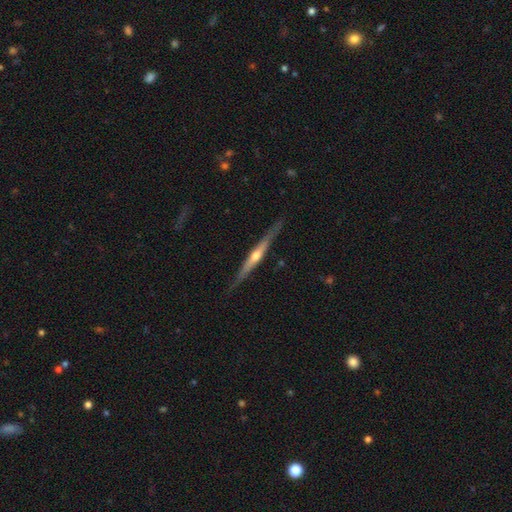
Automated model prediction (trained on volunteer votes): Q: Smooth or featured?
A: featured or disk (75%); runner-up: smooth (20%)
Q: Edge-on disk?
A: yes (97%); runner-up: no (3%)
Q: Edge-on bulge?
A: rounded (81%); runner-up: none (14%)
Q: Merging?
A: none (86%); runner-up: minor disturbance (11%)